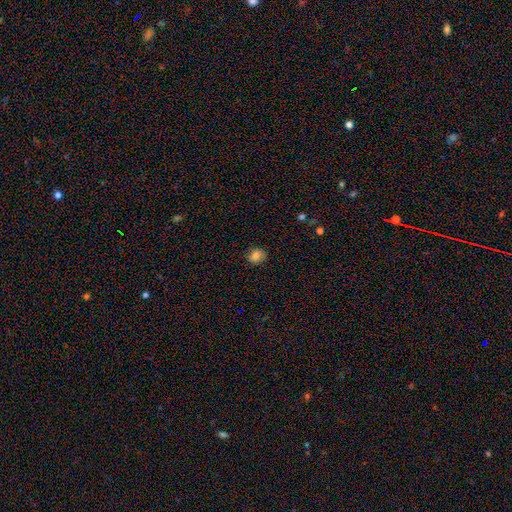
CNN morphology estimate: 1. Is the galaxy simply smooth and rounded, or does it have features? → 82% smooth, 11% star or artifact, 7% featured or disk.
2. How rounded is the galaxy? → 69% round, 30% in between, 1% cigar-shaped.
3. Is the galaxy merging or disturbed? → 79% none, 16% minor disturbance, 4% major disturbance, 1% merger.